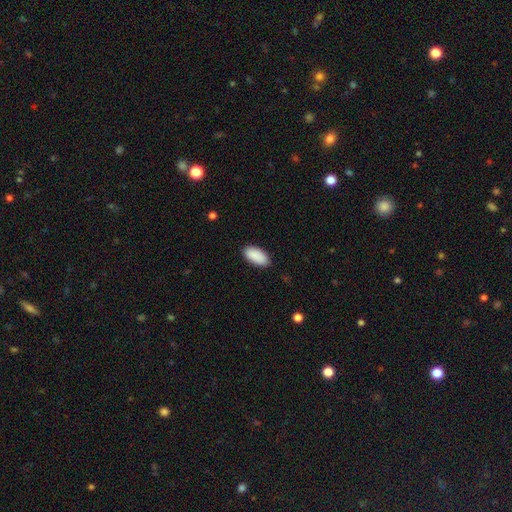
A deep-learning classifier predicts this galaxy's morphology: Smooth or featured? smooth (91%)
How rounded? in between (94%)
Merging? none (87%)